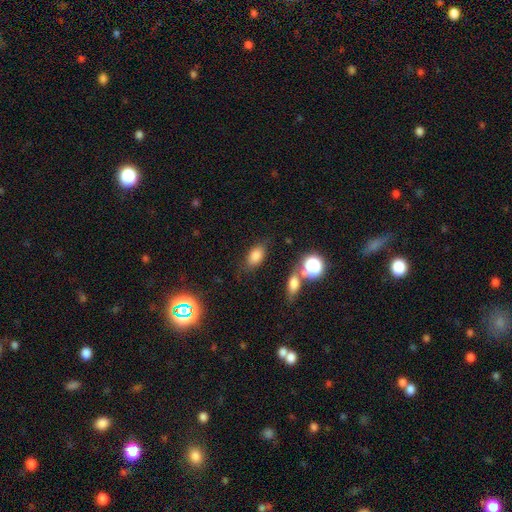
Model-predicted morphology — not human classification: type=smooth (79%); roundness=in between (85%); merging=none (73%).